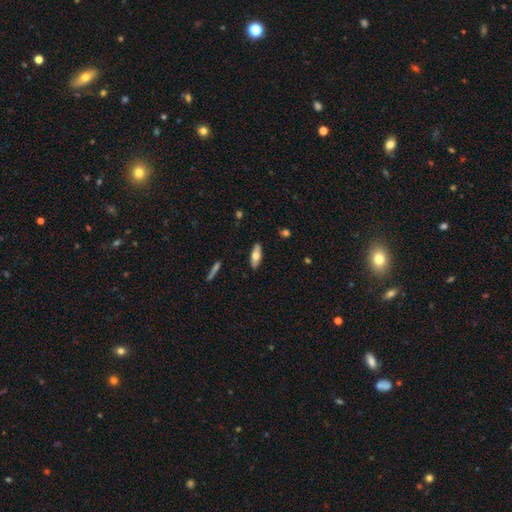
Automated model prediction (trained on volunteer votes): Smooth or featured?
  - smooth: 59% *
  - featured or disk: 34%
  - star or artifact: 6%
How rounded?
  - in between: 66% *
  - cigar-shaped: 31%
  - round: 3%
Merging?
  - none: 88% *
  - minor disturbance: 9%
  - major disturbance: 2%
  - merger: 1%